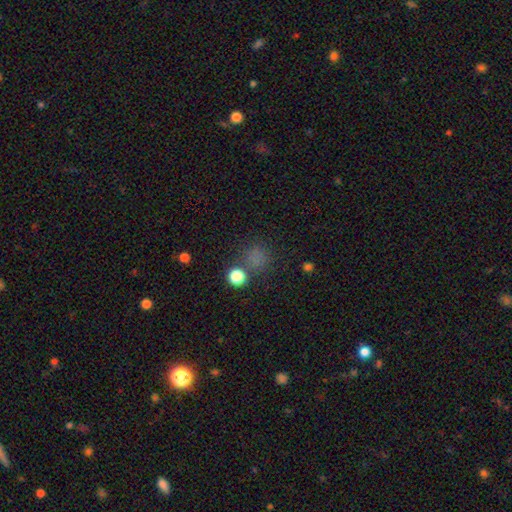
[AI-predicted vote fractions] Q: Smooth or featured?
A: smooth (63%); runner-up: star or artifact (31%)
Q: How rounded?
A: round (87%); runner-up: in between (12%)
Q: Merging?
A: none (74%); runner-up: minor disturbance (11%)